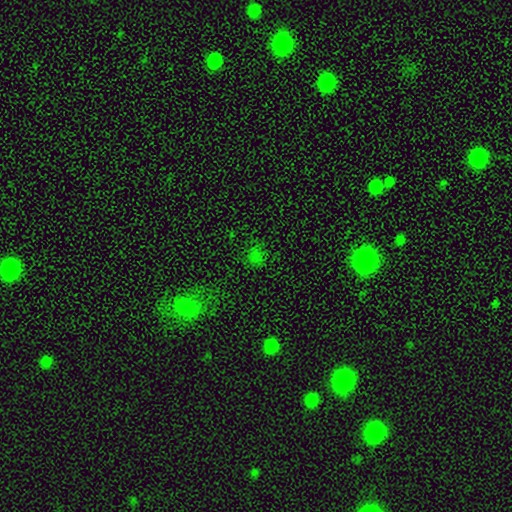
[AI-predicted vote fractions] Overall: smooth (51%; star or artifact 43%). How rounded: round (81%). Merging: none (80%).